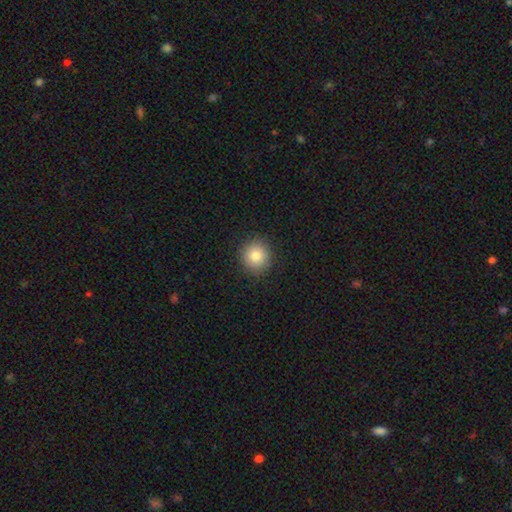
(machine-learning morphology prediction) Smooth or featured? Predicted: smooth (p=0.81). How rounded? Predicted: round (p=0.92). Merging? Predicted: none (p=0.90).